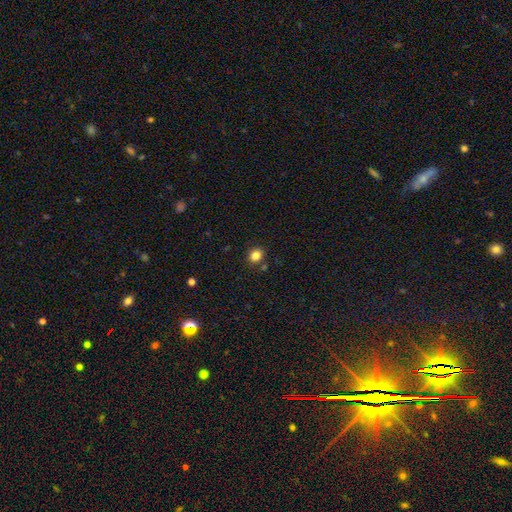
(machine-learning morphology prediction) type=smooth (83%); roundness=round (60%); merging=none (82%).